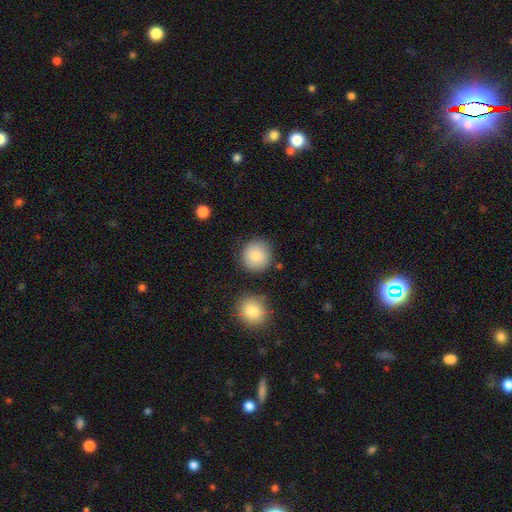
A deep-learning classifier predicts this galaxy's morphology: type=smooth (87%); roundness=round (93%); merging=none (84%).